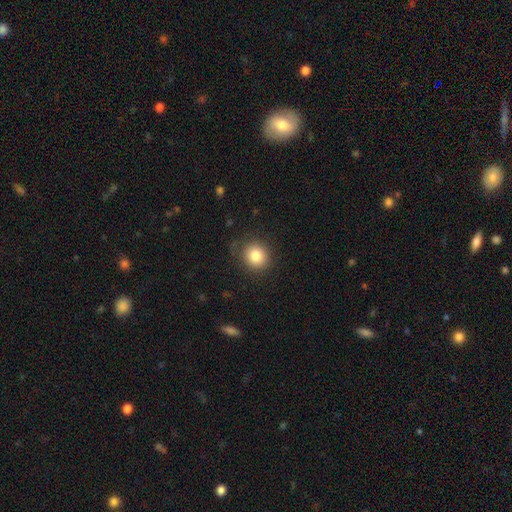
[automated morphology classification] A smooth galaxy with no disk features (83%) that is round (84%). Merging: none (83%).